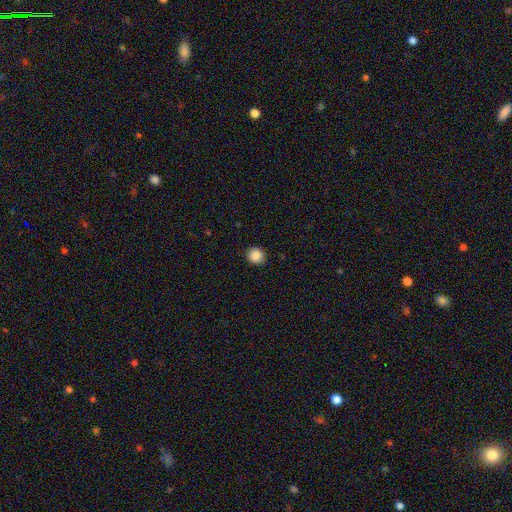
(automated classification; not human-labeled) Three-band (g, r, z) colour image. It shows a smooth galaxy with no disk features (88%) that is round (92%). Merging: none (91%).